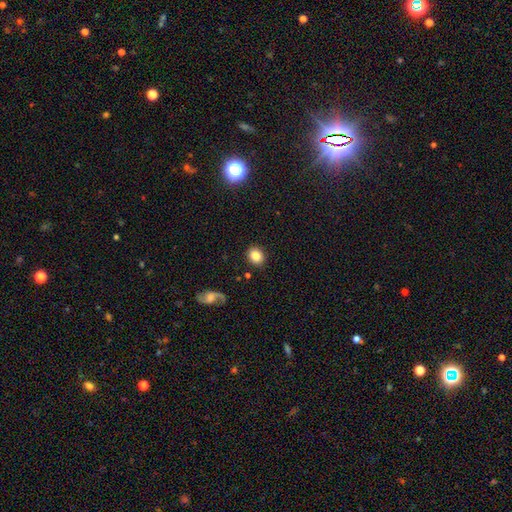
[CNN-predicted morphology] type=smooth (82%); roundness=round (63%); merging=none (87%).